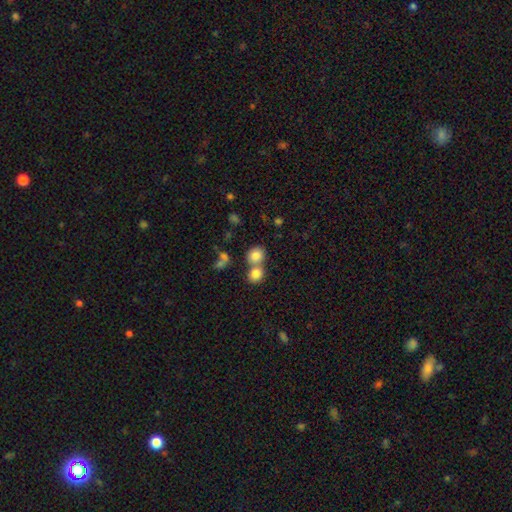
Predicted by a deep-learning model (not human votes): The model was most divided on "merging" (2-way tie): merger: 45%, none: 45%, minor disturbance: 7%, major disturbance: 3%. More confident: smooth or featured — smooth (80%); how rounded — round (74%).